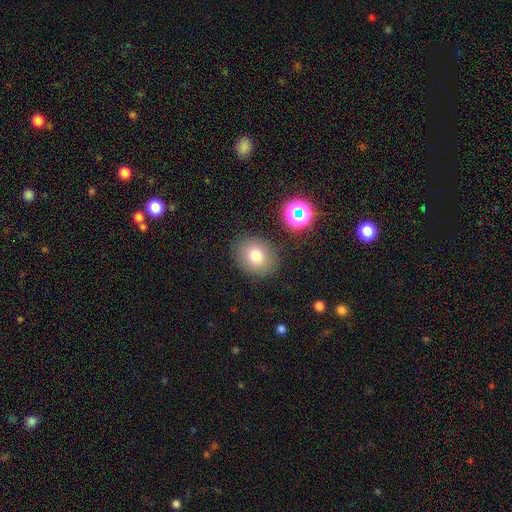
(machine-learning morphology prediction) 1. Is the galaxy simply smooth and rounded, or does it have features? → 76% smooth, 13% star or artifact, 11% featured or disk.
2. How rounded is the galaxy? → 61% round, 38% in between, 1% cigar-shaped.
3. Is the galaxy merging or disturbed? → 84% none, 10% minor disturbance, 3% major disturbance, 3% merger.